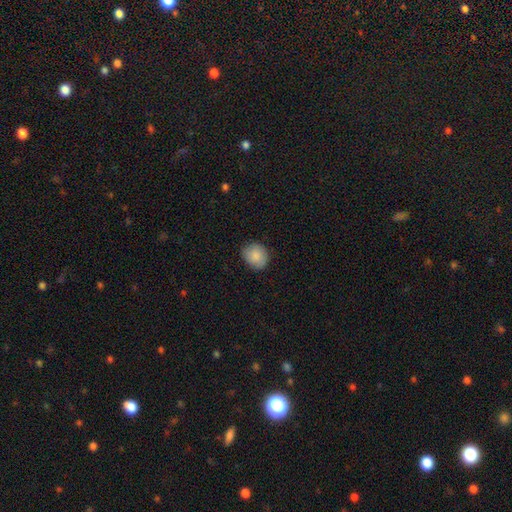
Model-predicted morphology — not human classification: Smooth or featured? Predicted: smooth (p=0.87). How rounded? Predicted: round (p=0.68). Merging? Predicted: none (p=0.81).